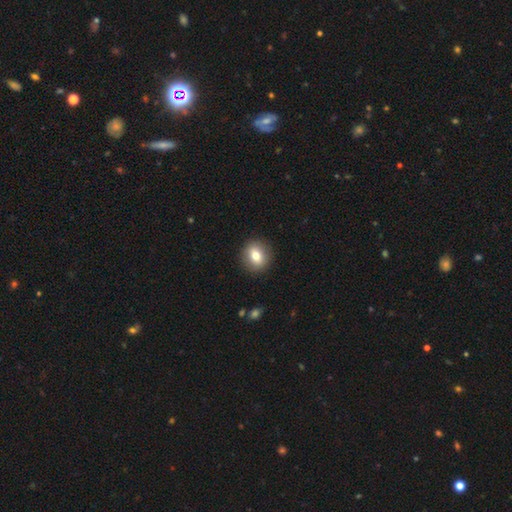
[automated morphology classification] Smooth or featured? smooth (74%)
How rounded? round (77%)
Merging? none (90%)